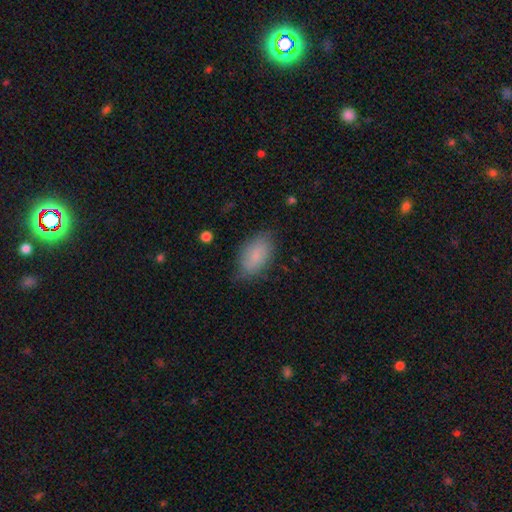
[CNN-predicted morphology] smooth_or_featured: smooth (p=0.81) [alt: featured or disk p=0.12]
how_rounded: in between (p=0.92) [alt: round p=0.05]
merging: none (p=0.74) [alt: minor disturbance p=0.20]